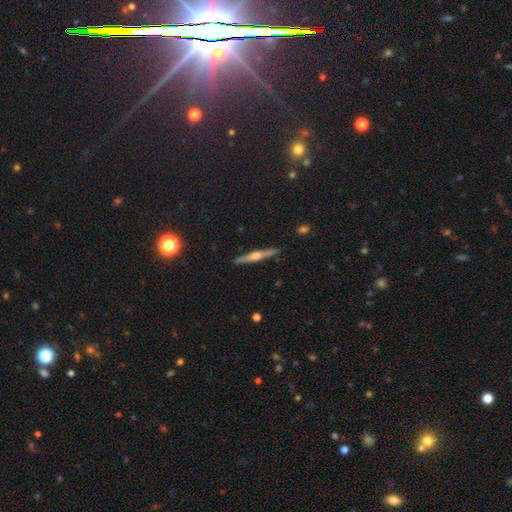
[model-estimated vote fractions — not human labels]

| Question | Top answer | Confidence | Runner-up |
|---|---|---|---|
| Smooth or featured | featured or disk | 71% | smooth (21%) |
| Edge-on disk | yes | 98% | no (2%) |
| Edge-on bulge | rounded | 85% | none (7%) |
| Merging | none | 91% | minor disturbance (6%) |